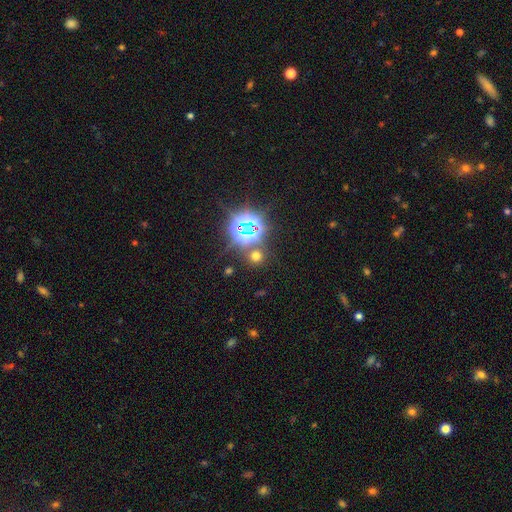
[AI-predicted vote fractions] A smooth galaxy with no disk features (47%). Merging: none (79%).